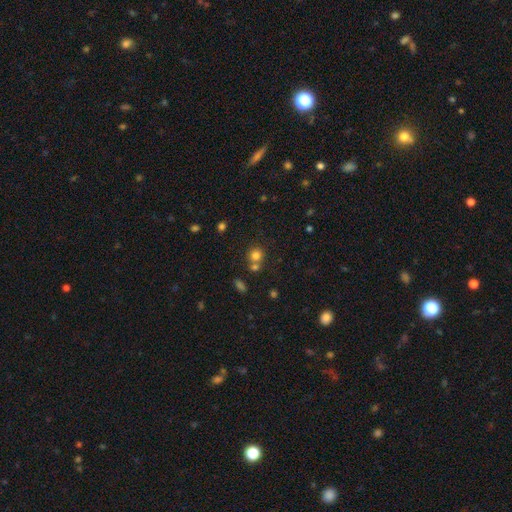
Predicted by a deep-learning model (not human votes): Smooth or featured? smooth (78%)
How rounded? round (86%)
Merging? none (59%)